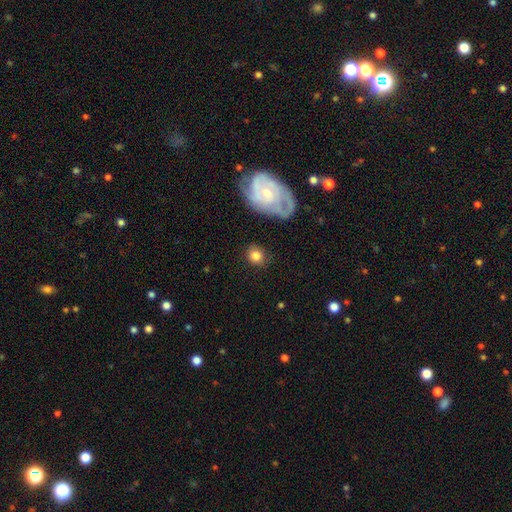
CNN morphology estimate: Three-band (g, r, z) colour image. It shows a smooth galaxy with no disk features (79%) that is round (76%). Merging: none (81%).